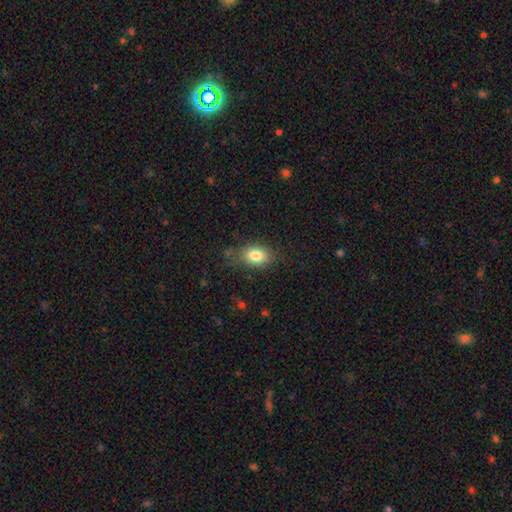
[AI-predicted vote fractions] Smooth or featured? smooth (82%)
How rounded? in between (82%)
Merging? none (76%)